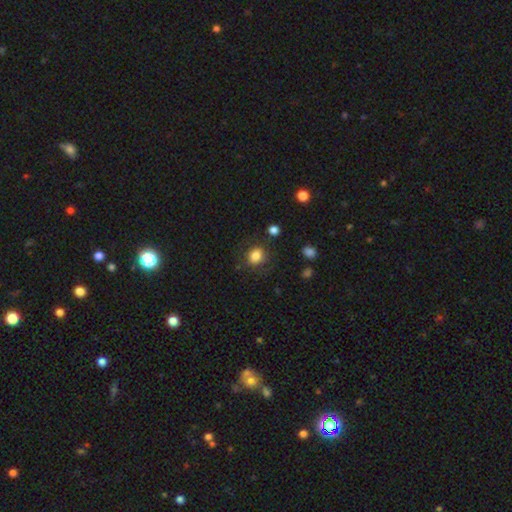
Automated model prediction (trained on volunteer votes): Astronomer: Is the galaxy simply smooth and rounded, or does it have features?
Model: smooth — 83%.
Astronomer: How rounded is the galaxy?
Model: round — 60% (runner-up: in between, 39%).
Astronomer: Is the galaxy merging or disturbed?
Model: none — 79%.